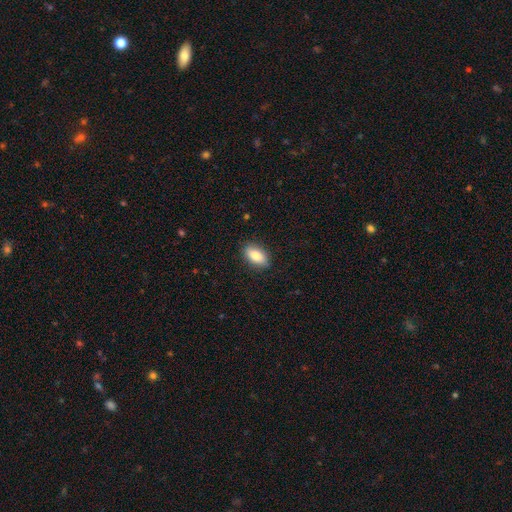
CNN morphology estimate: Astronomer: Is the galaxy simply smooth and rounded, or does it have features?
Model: smooth — 84%.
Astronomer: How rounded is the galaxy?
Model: in between — 91%.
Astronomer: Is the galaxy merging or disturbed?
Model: none — 87%.